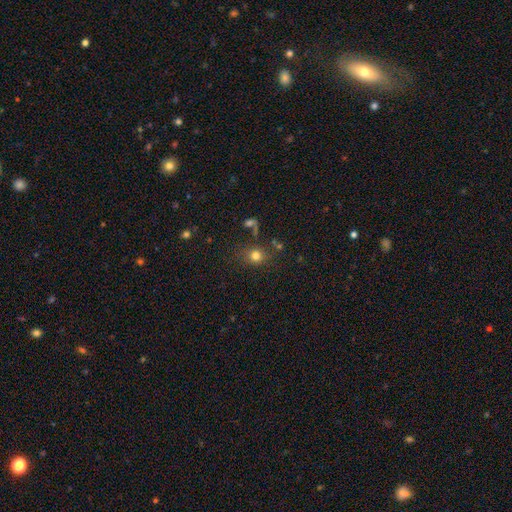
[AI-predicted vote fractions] This is likely a smooth galaxy (77%). How rounded: likely round (78%). Merging: likely none (73%).